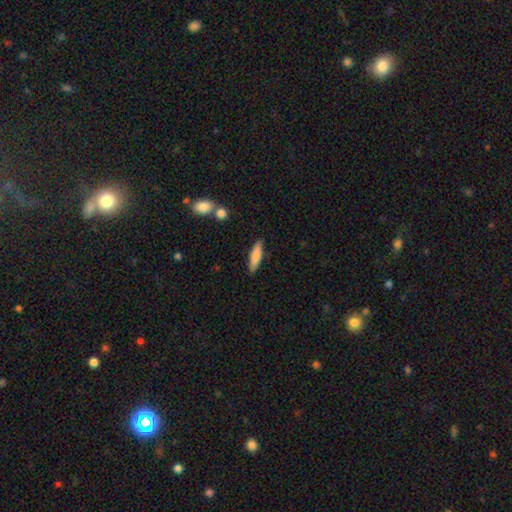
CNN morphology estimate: smooth 80%, featured or disk 14%, star or artifact 6%. Down the decision tree: how rounded — cigar-shaped (75%); merging — none (86%).